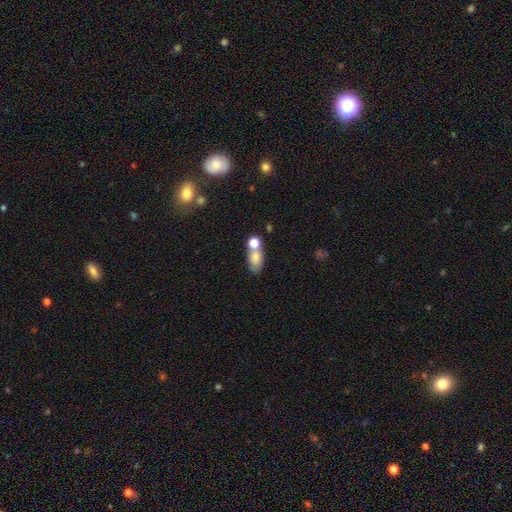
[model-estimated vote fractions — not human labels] Smooth or featured?
  - smooth: 76% *
  - featured or disk: 14%
  - star or artifact: 10%
How rounded?
  - in between: 74% *
  - round: 19%
  - cigar-shaped: 7%
Merging?
  - merger: 41% *
  - none: 39%
  - minor disturbance: 13%
  - major disturbance: 7%